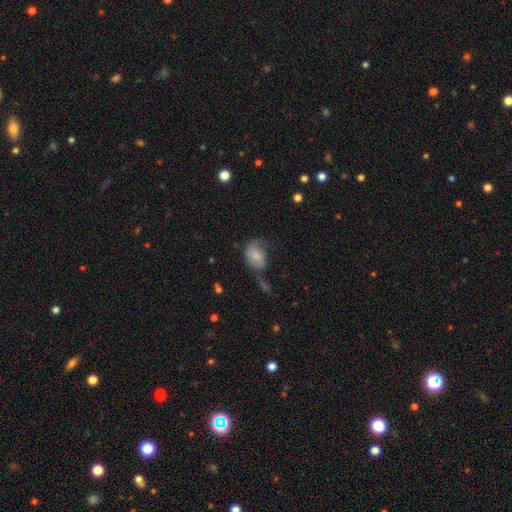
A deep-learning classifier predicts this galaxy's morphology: Overall: smooth (71%). How rounded: in between (77%). Merging: minor disturbance (32%; none 31%).